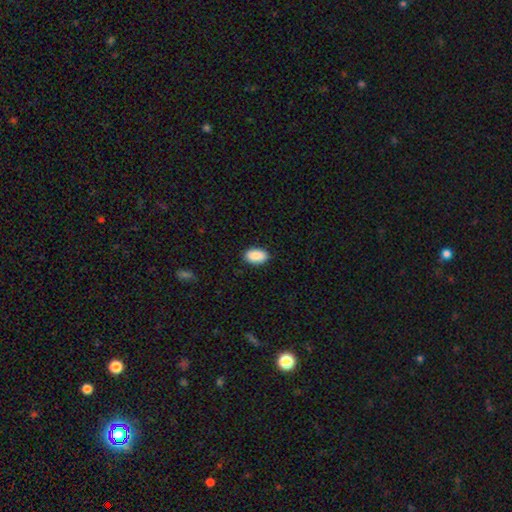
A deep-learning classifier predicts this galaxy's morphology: smooth-or-featured: smooth: 90% | star or artifact: 7% | featured or disk: 4%
  how-rounded: in between: 92% | round: 6% | cigar-shaped: 1%
  merging: none: 88% | minor disturbance: 9% | major disturbance: 2% | merger: 1%